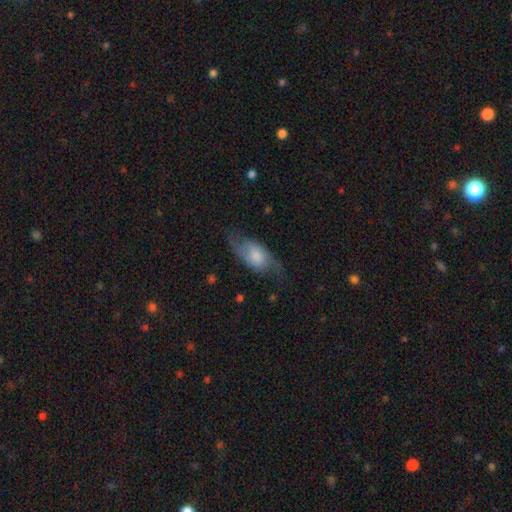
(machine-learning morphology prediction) Q: Smooth or featured?
A: featured or disk (57%); runner-up: smooth (36%)
Q: Edge-on disk?
A: no (87%); runner-up: yes (13%)
Q: Merging?
A: none (61%); runner-up: minor disturbance (22%)